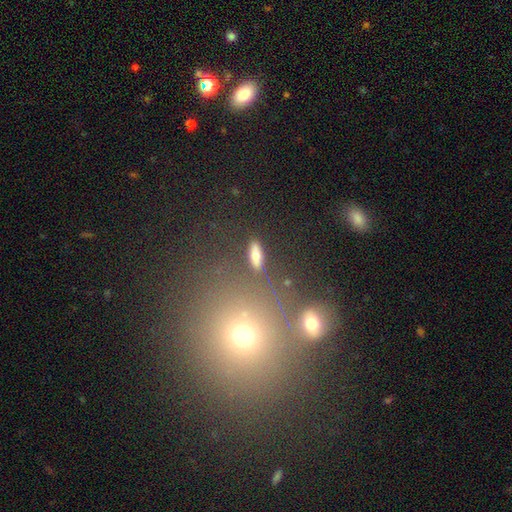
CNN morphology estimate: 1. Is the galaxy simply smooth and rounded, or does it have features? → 73% smooth, 14% featured or disk, 13% star or artifact.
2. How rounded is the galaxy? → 60% in between, 35% cigar-shaped, 5% round.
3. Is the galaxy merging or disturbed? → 82% none, 11% minor disturbance, 4% major disturbance, 4% merger.